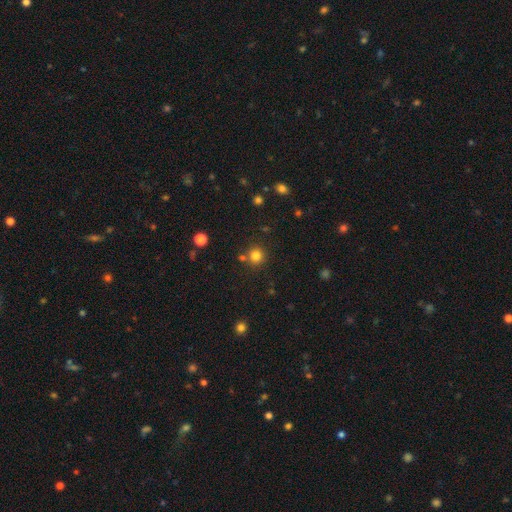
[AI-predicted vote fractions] smooth-or-featured: smooth: 80% | star or artifact: 15% | featured or disk: 5%
  how-rounded: round: 93% | in between: 6% | cigar-shaped: 1%
  merging: none: 79% | merger: 11% | minor disturbance: 8% | major disturbance: 3%